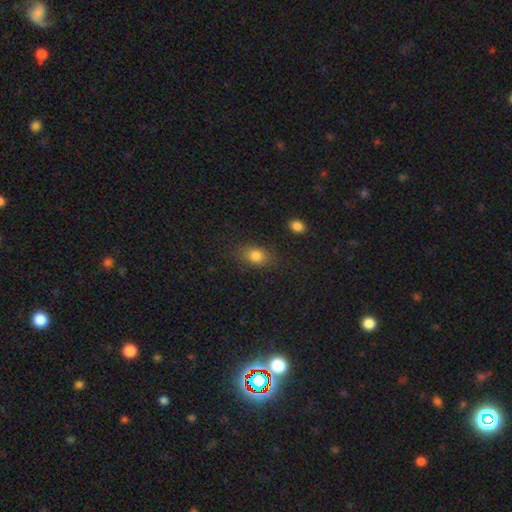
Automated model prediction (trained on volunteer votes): Smooth or featured: smooth — 80% (star or artifact — 11%)
How rounded: in between — 67% (round — 30%)
Merging: none — 78% (minor disturbance — 15%)